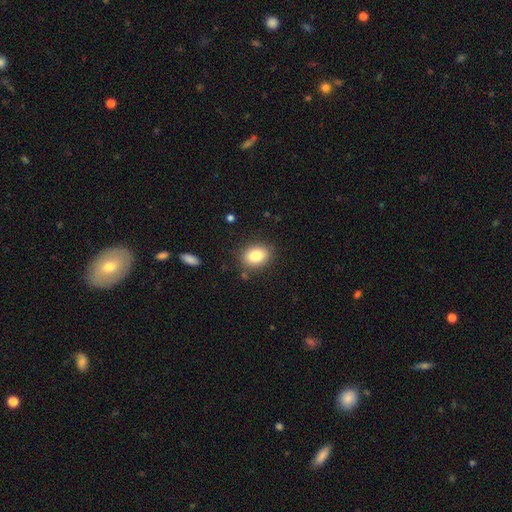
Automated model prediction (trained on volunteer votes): Smooth or featured? Predicted: smooth (p=0.83). How rounded? Predicted: in between (p=0.69). Merging? Predicted: none (p=0.84).